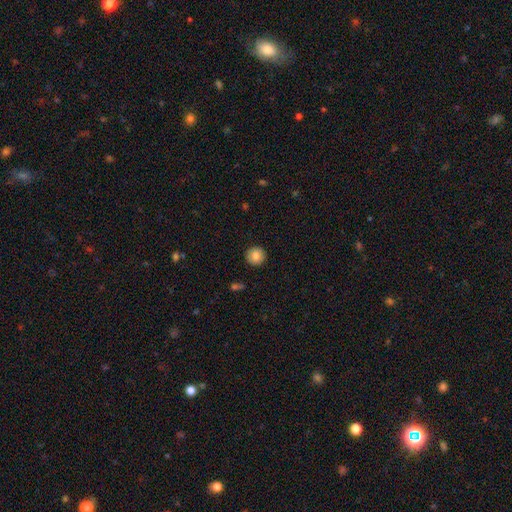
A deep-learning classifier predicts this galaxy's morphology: smooth-or-featured: smooth: 82% | featured or disk: 10% | star or artifact: 8%
  how-rounded: round: 93% | in between: 6% | cigar-shaped: 1%
  merging: none: 92% | minor disturbance: 6% | major disturbance: 2% | merger: 1%